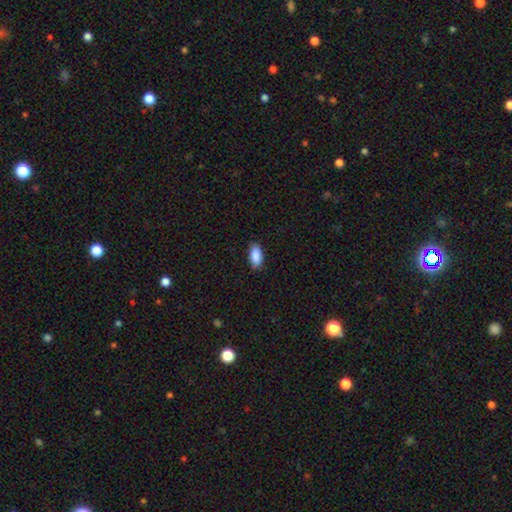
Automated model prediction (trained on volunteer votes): Overall: smooth (89%). How rounded: in between (90%). Merging: none (84%).